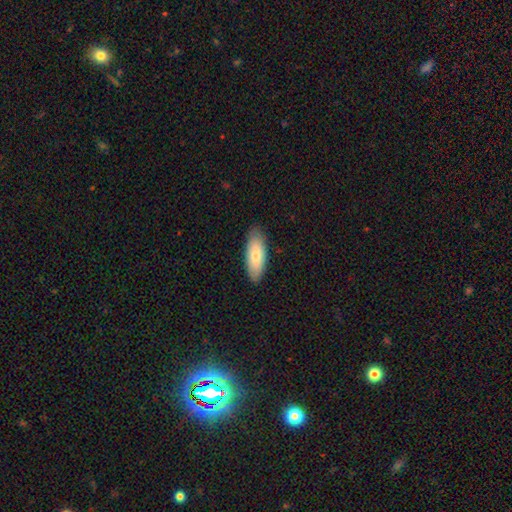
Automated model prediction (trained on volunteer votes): Smooth or featured? smooth (77%)
How rounded? in between (74%)
Merging? none (86%)